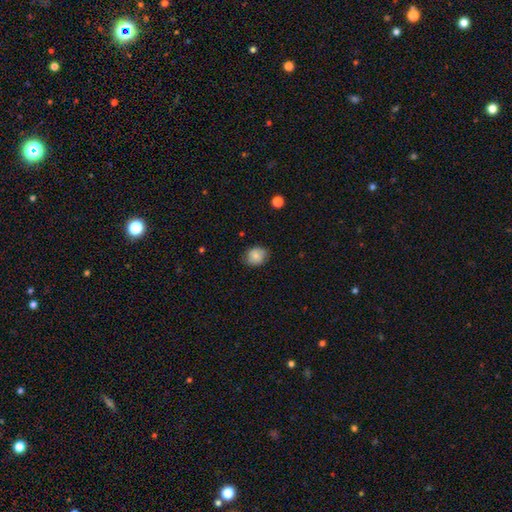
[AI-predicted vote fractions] Smooth or featured?
  - smooth: 81% *
  - featured or disk: 11%
  - star or artifact: 8%
How rounded?
  - round: 66% *
  - in between: 33%
  - cigar-shaped: 1%
Merging?
  - none: 78% *
  - minor disturbance: 17%
  - major disturbance: 4%
  - merger: 1%